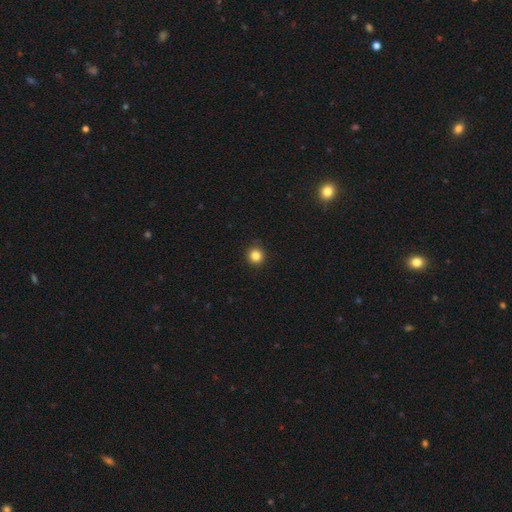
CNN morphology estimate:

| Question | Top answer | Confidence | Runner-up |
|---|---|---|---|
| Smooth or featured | smooth | 84% | star or artifact (12%) |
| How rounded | round | 94% | in between (5%) |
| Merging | none | 91% | minor disturbance (6%) |